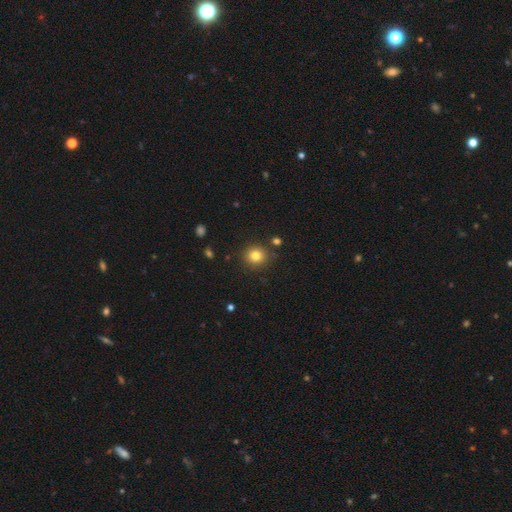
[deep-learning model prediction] The model was most divided on "smooth or featured": smooth: 80%, star or artifact: 13%, featured or disk: 7%. More confident: how rounded — round (88%); merging — none (86%).